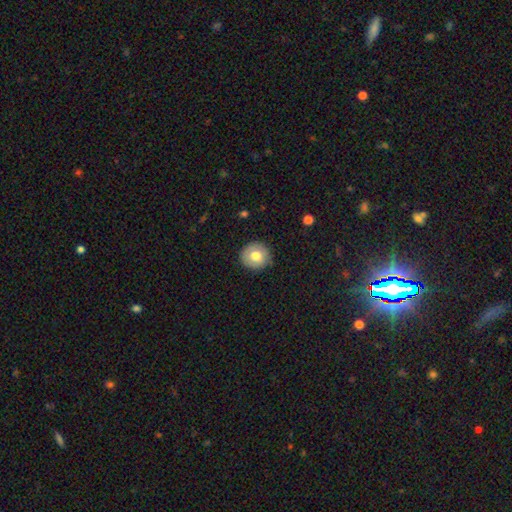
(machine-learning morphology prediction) Smooth or featured? Predicted: smooth (p=0.74). How rounded? Predicted: round (p=0.91). Merging? Predicted: none (p=0.85).